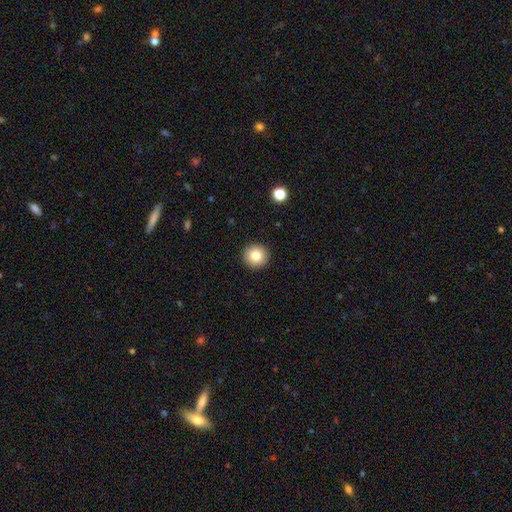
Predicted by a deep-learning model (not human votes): Smooth or featured? Predicted: smooth (p=0.82). How rounded? Predicted: round (p=0.96). Merging? Predicted: none (p=0.93).